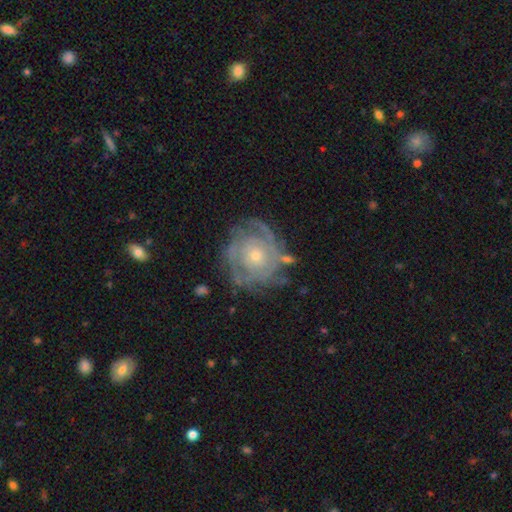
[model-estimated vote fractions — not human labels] smooth_or_featured: featured or disk (p=0.82) [alt: smooth p=0.11]
disk_edge_on: no (p=0.97) [alt: yes p=0.03]
bar: no (p=0.83) [alt: weak p=0.14]
has_spiral_arms: yes (p=0.86) [alt: no p=0.14]
spiral_winding: tight (p=0.74) [alt: medium p=0.20]
spiral_arm_count: can't tell (p=0.42) [alt: 3 p=0.17]
bulge_size: small (p=0.62) [alt: moderate p=0.34]
merging: none (p=0.68) [alt: minor disturbance p=0.19]